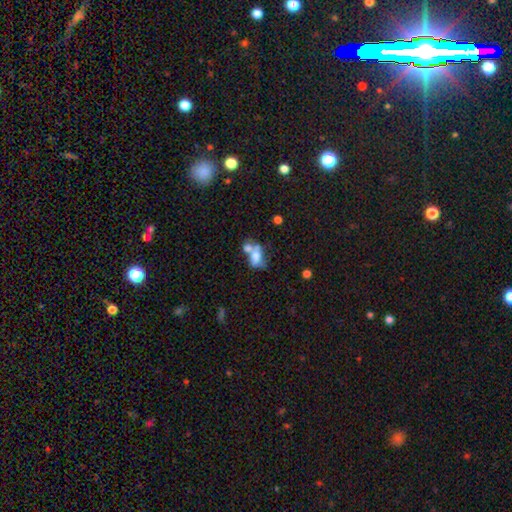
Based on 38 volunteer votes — A smooth galaxy with no disk features (63%) that is in between round and cigar-shaped (92%). Merging: merger (53%).